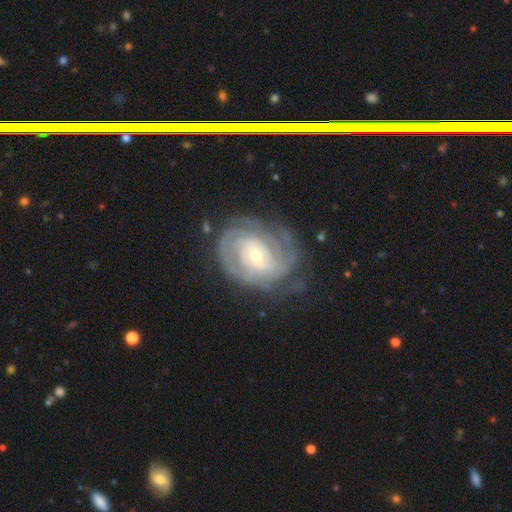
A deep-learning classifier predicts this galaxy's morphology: A featured or disk galaxy (86%) with no bar (56%), tight (73%) spiral arms (95%) and a small central bulge (53%).

Vote fractions:
- Smooth or featured? featured or disk: 86% / smooth: 8% / star or artifact: 5%
- Edge-on disk? no: 97% / yes: 3%
- Bar? no: 56% / weak: 34% / strong: 9%
- Spiral arms? yes: 95% / no: 5%
- Spiral winding? tight: 73% / medium: 22% / loose: 5%
- Spiral arm count? can't tell: 33% / 2: 21% / 3: 20% / 4: 13% / more than 4: 6% / 1: 6%
- Bulge size? small: 53% / moderate: 43% / large: 2% / none: 1% / dominant: 1%
- Merging? none: 69% / minor disturbance: 20% / major disturbance: 10% / merger: 2%